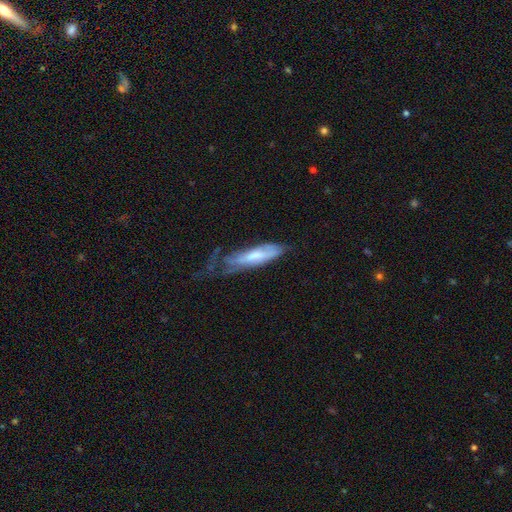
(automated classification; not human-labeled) A featured or disk galaxy (50%). Merging: major disturbance (38%).